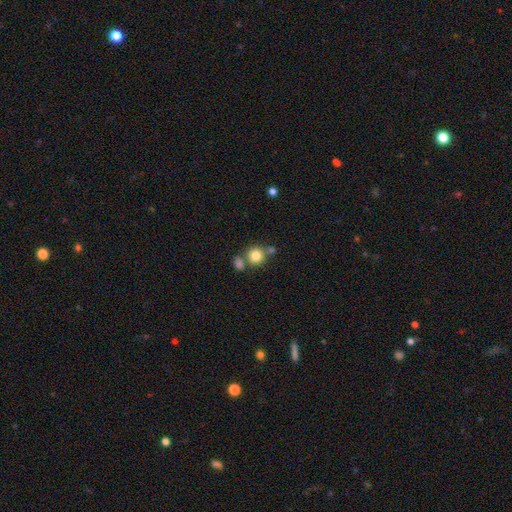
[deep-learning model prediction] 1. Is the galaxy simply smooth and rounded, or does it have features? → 81% smooth, 11% star or artifact, 8% featured or disk.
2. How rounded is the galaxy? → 89% round, 10% in between, 1% cigar-shaped.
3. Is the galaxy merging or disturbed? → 62% none, 25% merger, 10% minor disturbance, 4% major disturbance.